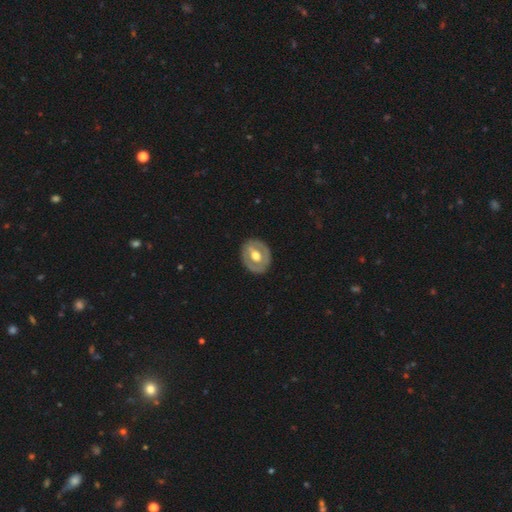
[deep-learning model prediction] A featured or disk galaxy (61%) with no bar (45%), no spiral arms (77%) and a moderate central bulge (69%).

Vote fractions:
- Smooth or featured? featured or disk: 61% / smooth: 34% / star or artifact: 5%
- Edge-on disk? no: 94% / yes: 6%
- Bar? no: 45% / weak: 35% / strong: 20%
- Spiral arms? no: 77% / yes: 23%
- Bulge size? moderate: 69% / large: 24% / small: 5% / dominant: 1% / none: 1%
- Merging? none: 84% / minor disturbance: 11% / major disturbance: 3% / merger: 1%